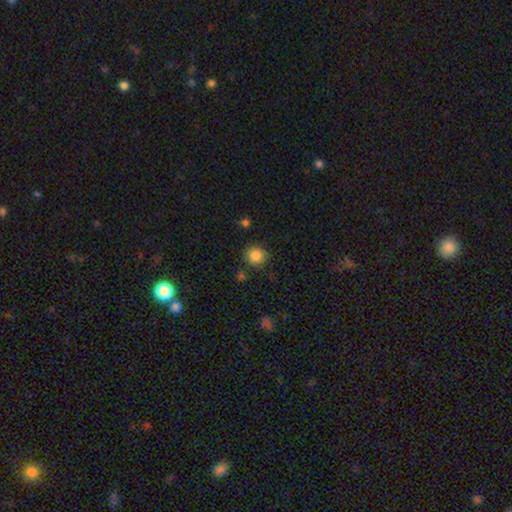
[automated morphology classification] smooth 86%, star or artifact 10%, featured or disk 4%. Down the decision tree: how rounded — round (91%); merging — none (86%).